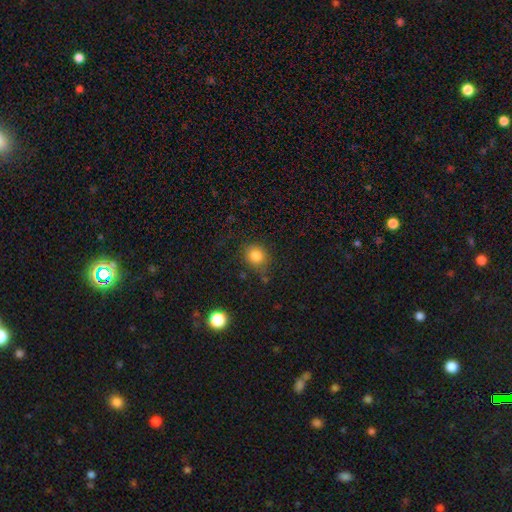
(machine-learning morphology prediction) smooth 84%, star or artifact 11%, featured or disk 5%. Down the decision tree: how rounded — round (78%); merging — none (77%).